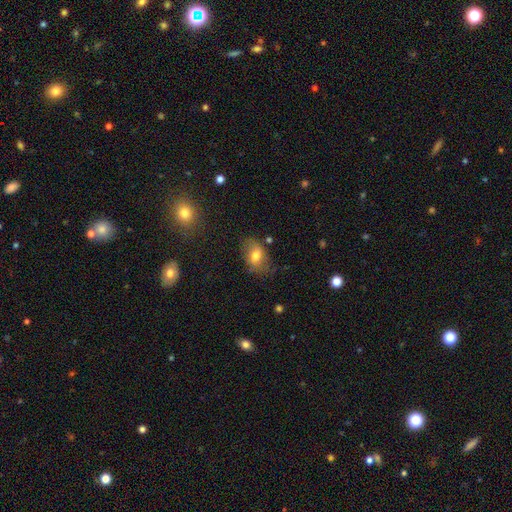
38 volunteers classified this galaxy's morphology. Volunteers were most divided on "smooth or featured": smooth: 68%, featured or disk: 29%, star or artifact: 3%. More confident: how rounded — in between (92%); merging — none (76%).